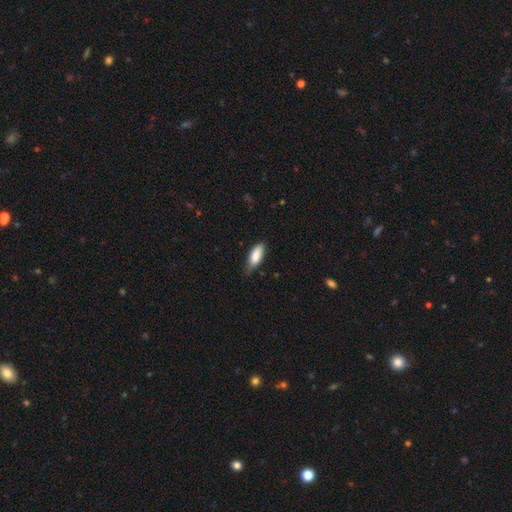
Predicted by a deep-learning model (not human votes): Smooth or featured? Predicted: smooth (p=0.83). How rounded? Predicted: in between (p=0.72). Merging? Predicted: none (p=0.61).